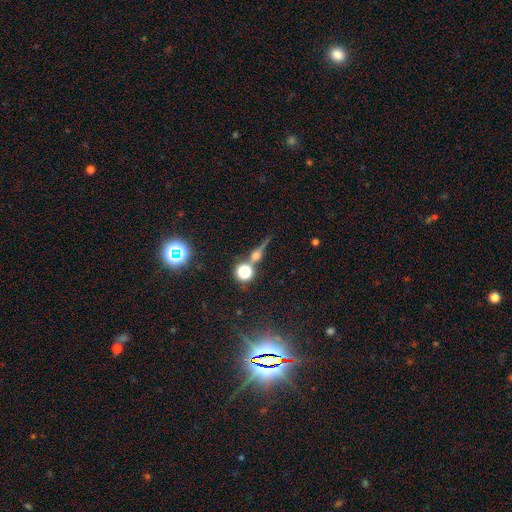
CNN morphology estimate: Overall: featured or disk (43%; smooth 30%). Merging: none (63%).